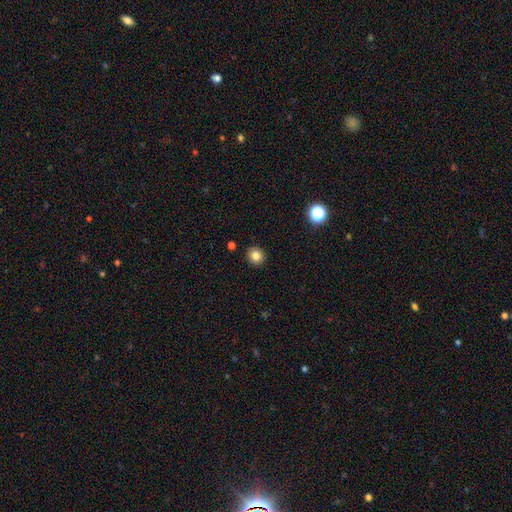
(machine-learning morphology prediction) This is clearly a smooth galaxy (82%). How rounded: clearly round (88%). Merging: clearly none (91%).